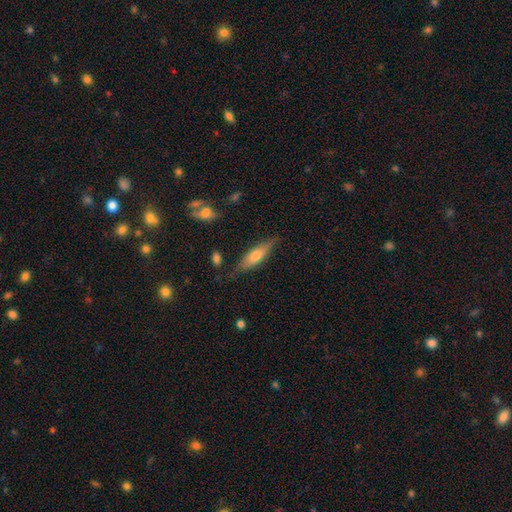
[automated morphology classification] This appears to be a smooth galaxy with no disk features (59%) that is cigar-shaped (61%). Merging: none (76%).